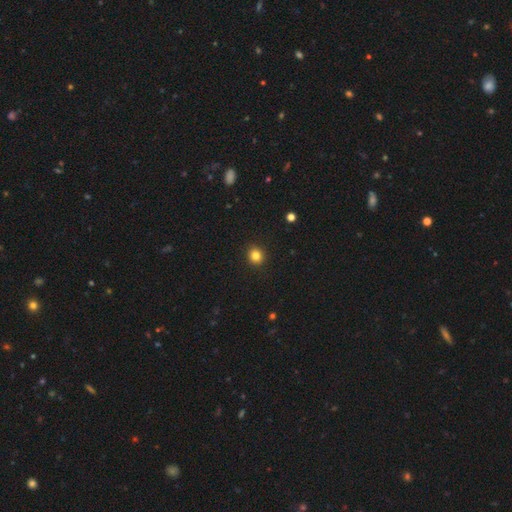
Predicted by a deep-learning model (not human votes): This appears to be a smooth galaxy with no disk features (83%) that is round (88%). Merging: none (92%).